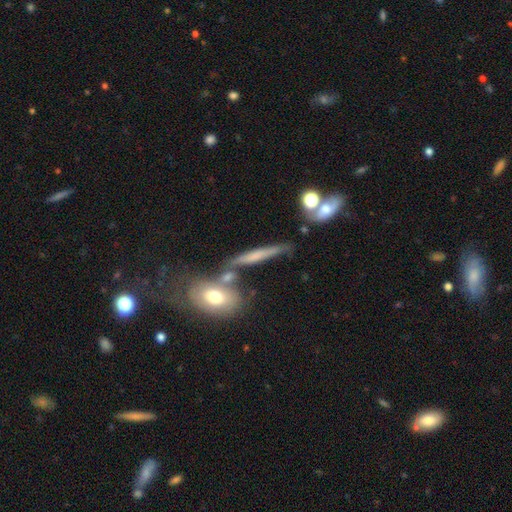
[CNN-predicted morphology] smooth_or_featured: smooth (p=0.46) [alt: featured or disk p=0.43]
merging: none (p=0.58) [alt: merger p=0.18]